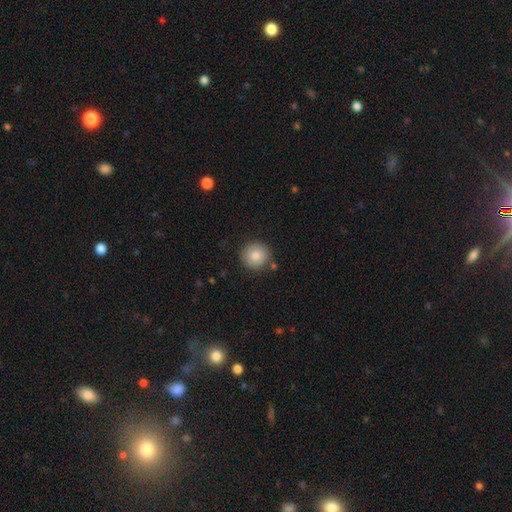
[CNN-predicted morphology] Q: Smooth or featured?
A: smooth (84%); runner-up: featured or disk (8%)
Q: How rounded?
A: round (94%); runner-up: in between (5%)
Q: Merging?
A: none (86%); runner-up: minor disturbance (9%)